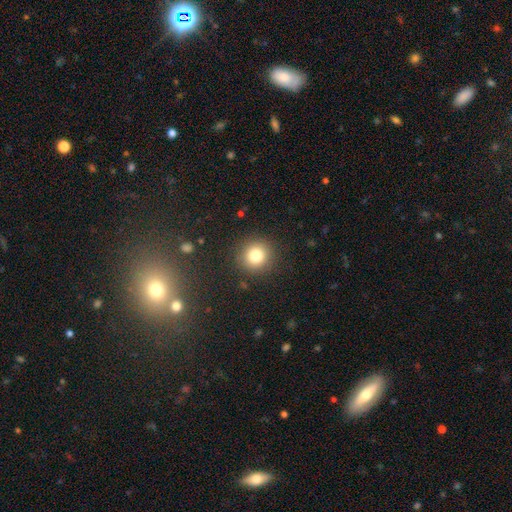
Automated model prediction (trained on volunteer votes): smooth_or_featured: smooth (p=0.80) [alt: star or artifact p=0.12]
how_rounded: round (p=0.92) [alt: in between p=0.07]
merging: none (p=0.89) [alt: minor disturbance p=0.07]